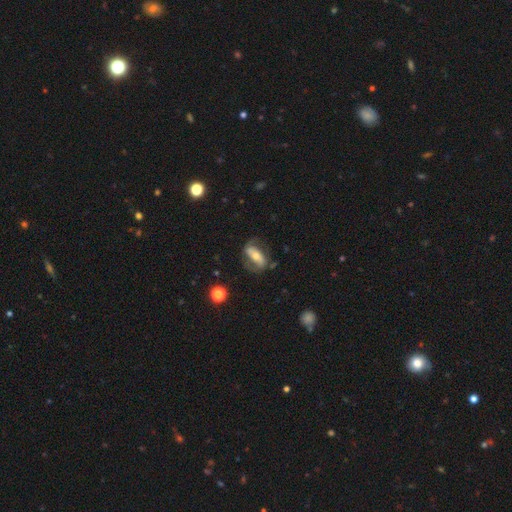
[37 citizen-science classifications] A featured or disk galaxy (68%) with a strong bar (57%), no spiral arms (70%) and a moderate central bulge (61%). Merging: none (67%).